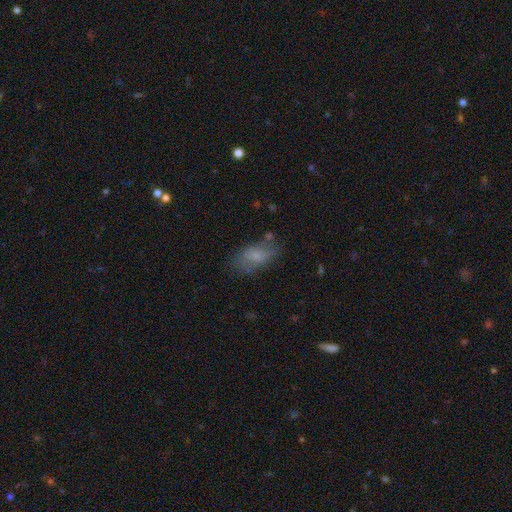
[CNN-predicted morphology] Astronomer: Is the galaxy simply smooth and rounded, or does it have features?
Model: smooth — 71%.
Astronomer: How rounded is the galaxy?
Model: in between — 89%.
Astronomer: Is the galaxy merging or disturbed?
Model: none — 62%.